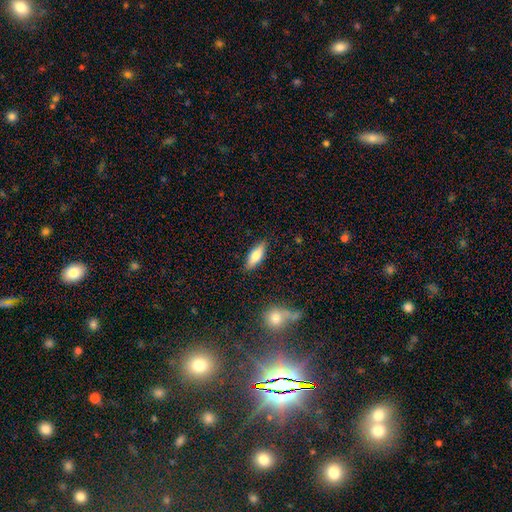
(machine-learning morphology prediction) smooth 74%, featured or disk 20%, star or artifact 6%. Down the decision tree: how rounded — in between (63%); merging — none (86%).